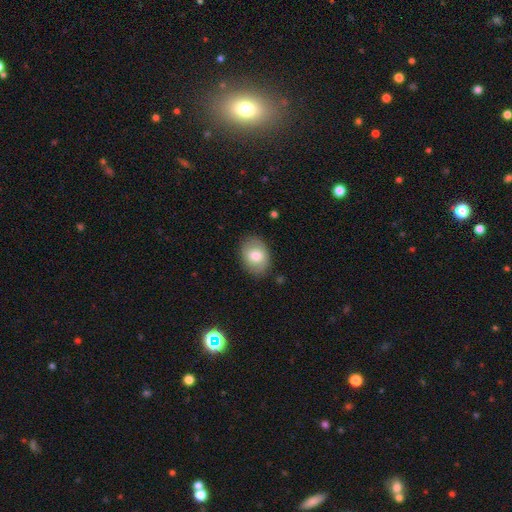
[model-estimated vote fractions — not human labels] The model was most divided on "how rounded": in between: 71%, round: 28%, cigar-shaped: 1%. More confident: merging — none (81%); smooth or featured — smooth (76%).